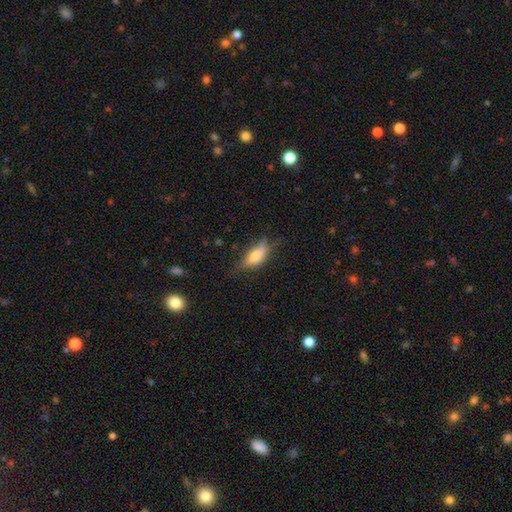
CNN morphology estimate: Smooth or featured? smooth (62%)
How rounded? in between (74%)
Merging? none (58%)